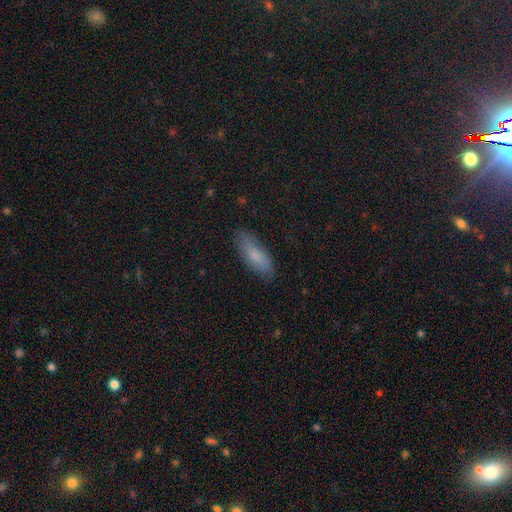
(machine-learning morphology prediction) type=smooth (78%); roundness=in between (63%); merging=none (81%).